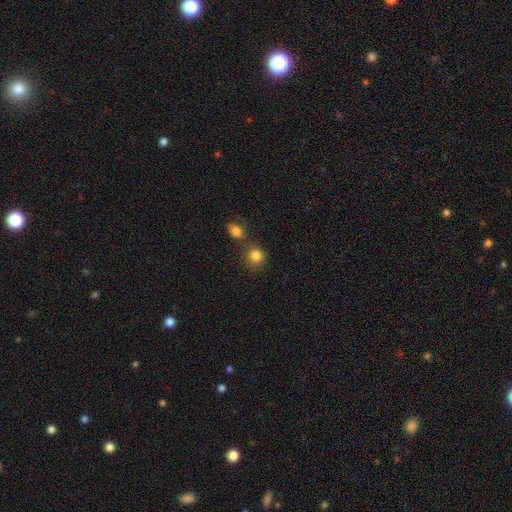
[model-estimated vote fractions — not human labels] A smooth galaxy with no disk features (83%) that is round (86%). Merging: none (69%).